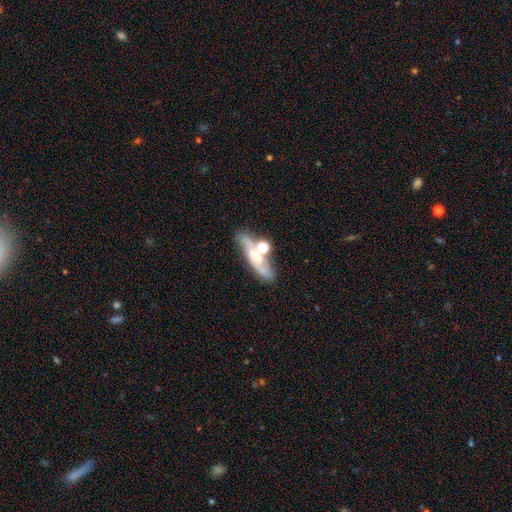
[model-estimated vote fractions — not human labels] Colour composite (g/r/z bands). It shows a featured or disk galaxy (52%). Merging: none (50%).